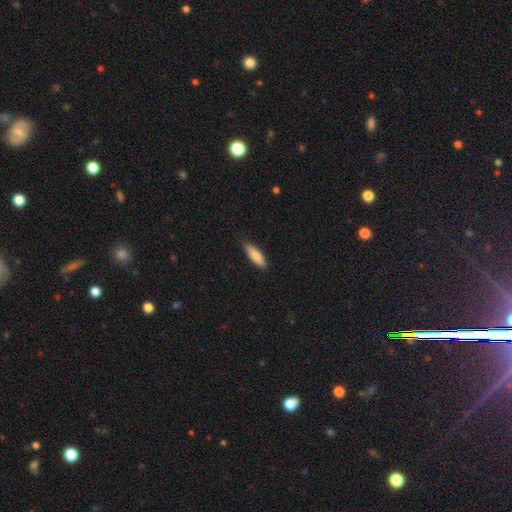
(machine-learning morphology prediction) This appears to be a smooth galaxy with no disk features (85%) that is cigar-shaped (56%). Merging: none (82%).